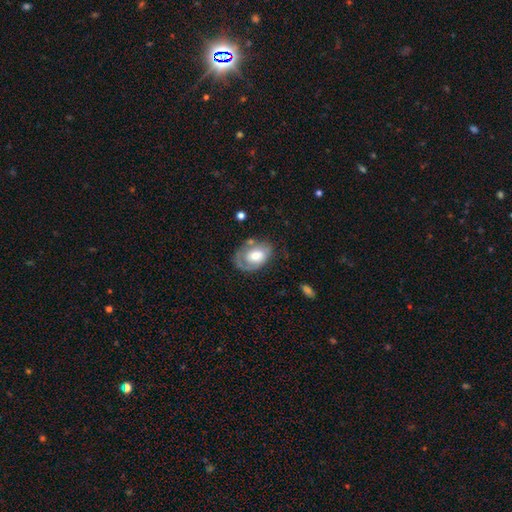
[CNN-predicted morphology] smooth_or_featured: featured or disk (p=0.54) [alt: smooth p=0.40]
disk_edge_on: no (p=0.95) [alt: yes p=0.05]
bar: no (p=0.75) [alt: weak p=0.20]
has_spiral_arms: yes (p=0.61) [alt: no p=0.39]
bulge_size: moderate (p=0.52) [alt: large p=0.30]
merging: none (p=0.53) [alt: minor disturbance p=0.25]